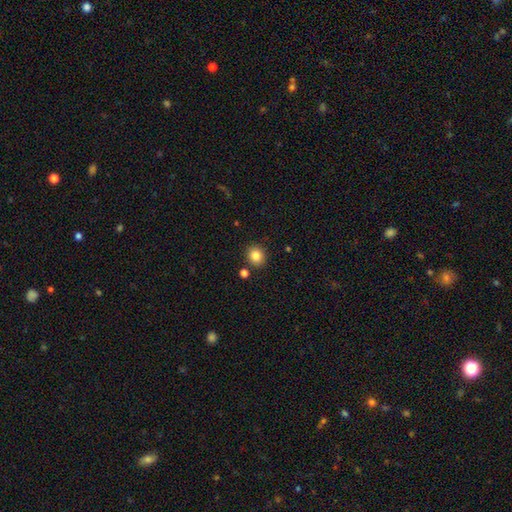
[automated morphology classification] Smooth or featured? Predicted: smooth (p=0.84). How rounded? Predicted: round (p=0.81). Merging? Predicted: none (p=0.87).